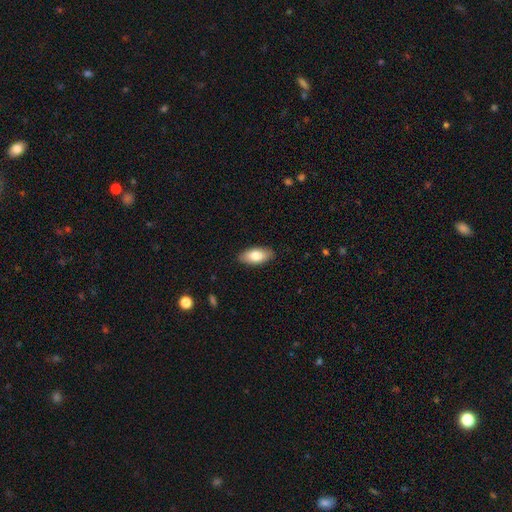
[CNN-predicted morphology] Overall: smooth (79%). How rounded: in between (91%). Merging: none (88%).